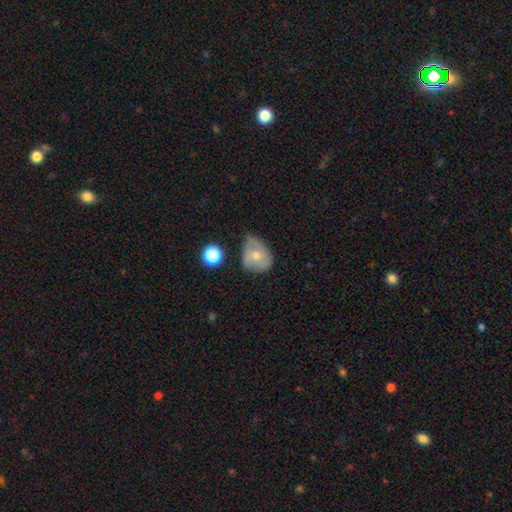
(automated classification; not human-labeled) This appears to be a smooth galaxy with no disk features (54%) that is in between round and cigar-shaped (50%). Merging: minor disturbance (43%).